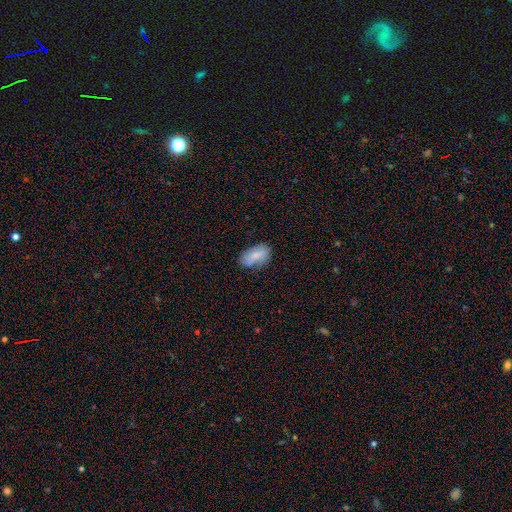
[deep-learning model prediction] smooth-or-featured: smooth: 78% | featured or disk: 15% | star or artifact: 7%
  how-rounded: in between: 93% | round: 4% | cigar-shaped: 4%
  merging: none: 71% | minor disturbance: 22% | major disturbance: 5% | merger: 2%